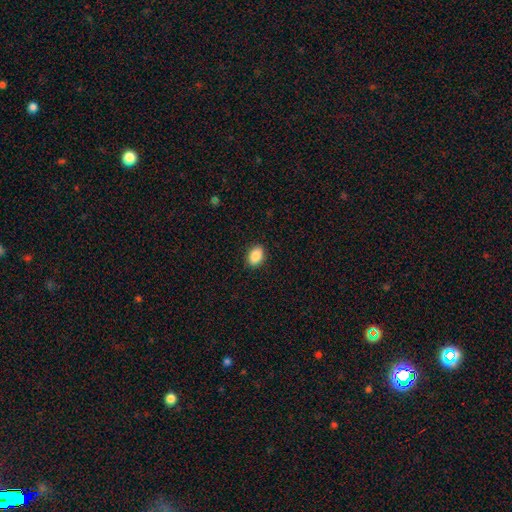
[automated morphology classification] A smooth galaxy with no disk features (88%) that is in between round and cigar-shaped (81%).

Vote fractions:
- Smooth or featured? smooth: 88% / star or artifact: 8% / featured or disk: 4%
- How rounded? in between: 81% / round: 18% / cigar-shaped: 1%
- Merging? none: 89% / minor disturbance: 8% / major disturbance: 2% / merger: 1%